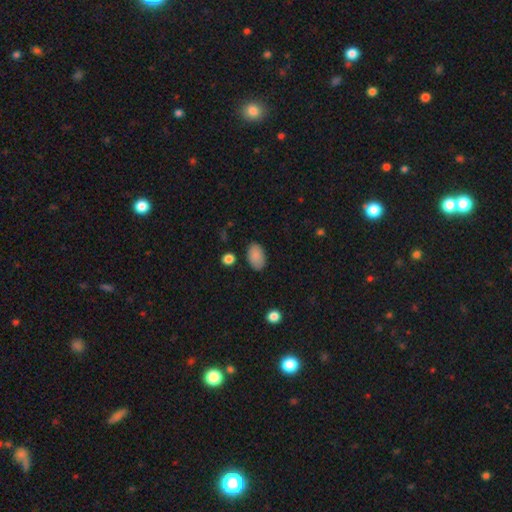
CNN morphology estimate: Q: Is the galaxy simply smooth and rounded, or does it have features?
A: smooth — 88%.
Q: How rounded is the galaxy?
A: in between — 92%.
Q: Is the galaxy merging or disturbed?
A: none — 83%.